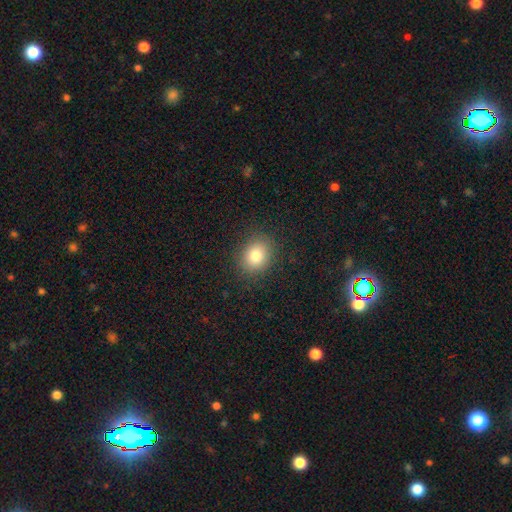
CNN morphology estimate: The model was most divided on "how rounded": round: 57%, in between: 42%, cigar-shaped: 1%. More confident: merging — none (88%); smooth or featured — smooth (82%).